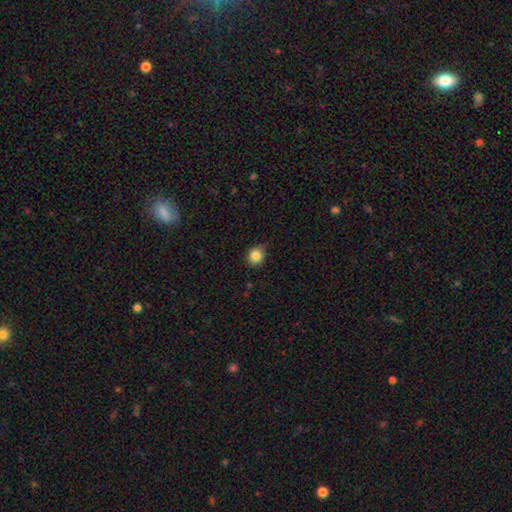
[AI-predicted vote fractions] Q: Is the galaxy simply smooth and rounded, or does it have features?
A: smooth — 84%.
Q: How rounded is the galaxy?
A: round — 79%.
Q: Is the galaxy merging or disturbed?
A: none — 72%.